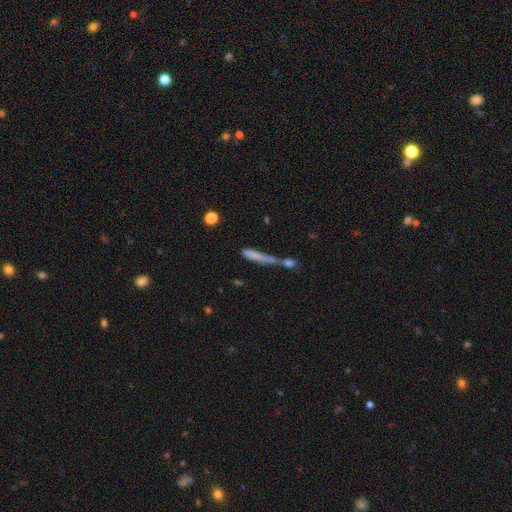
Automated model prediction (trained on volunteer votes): This is likely a smooth galaxy (62%). How rounded: clearly cigar-shaped (86%). Merging: possibly merger (45%).